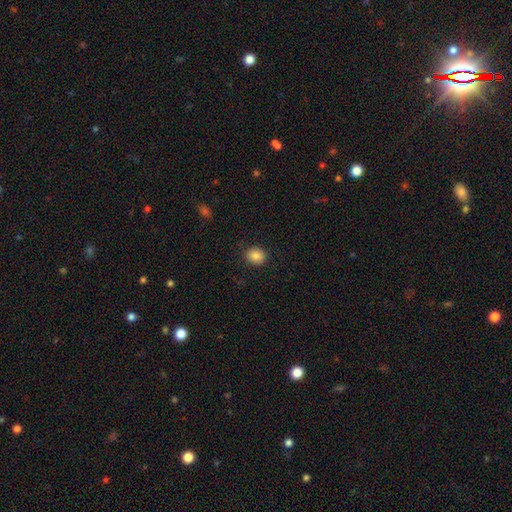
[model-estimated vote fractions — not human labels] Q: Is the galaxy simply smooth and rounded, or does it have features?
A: smooth — 85%.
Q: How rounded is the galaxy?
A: round — 66%.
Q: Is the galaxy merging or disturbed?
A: none — 89%.